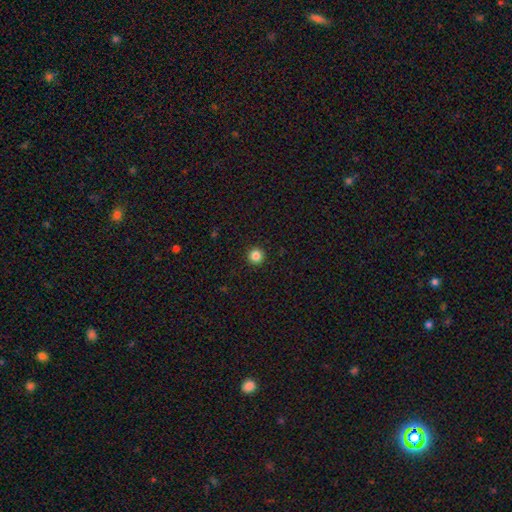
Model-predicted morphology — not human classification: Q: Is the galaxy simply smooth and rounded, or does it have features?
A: smooth — 85%.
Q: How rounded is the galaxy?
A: round — 96%.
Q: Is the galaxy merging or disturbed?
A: none — 94%.